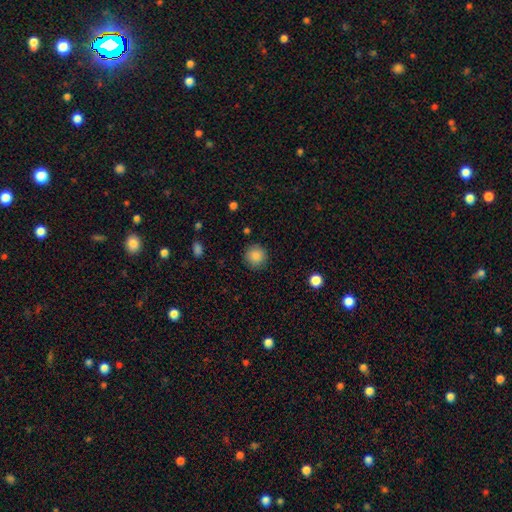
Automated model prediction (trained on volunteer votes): Morphology: type=smooth (87%); roundness=round (93%); merging=none (89%).